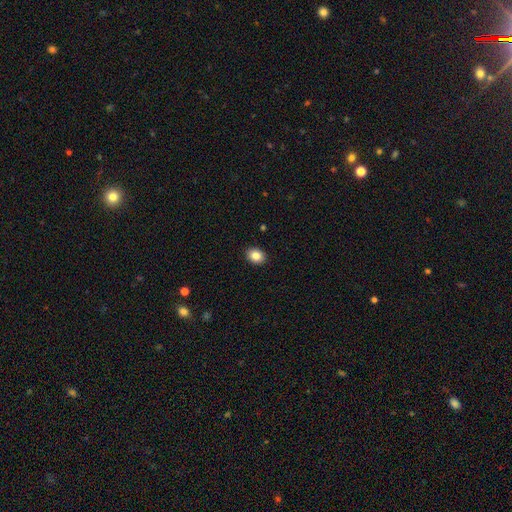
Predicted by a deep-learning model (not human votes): Smooth or featured?
  - smooth: 86% *
  - star or artifact: 9%
  - featured or disk: 5%
How rounded?
  - in between: 53% *
  - round: 46%
  - cigar-shaped: 1%
Merging?
  - none: 91% *
  - minor disturbance: 6%
  - major disturbance: 2%
  - merger: 1%